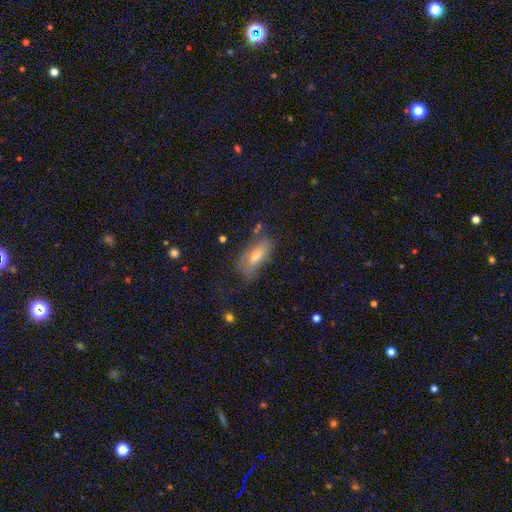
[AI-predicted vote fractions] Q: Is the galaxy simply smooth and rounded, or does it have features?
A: smooth — 55%.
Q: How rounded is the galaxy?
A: in between — 75%.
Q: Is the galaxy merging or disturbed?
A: none — 54%.